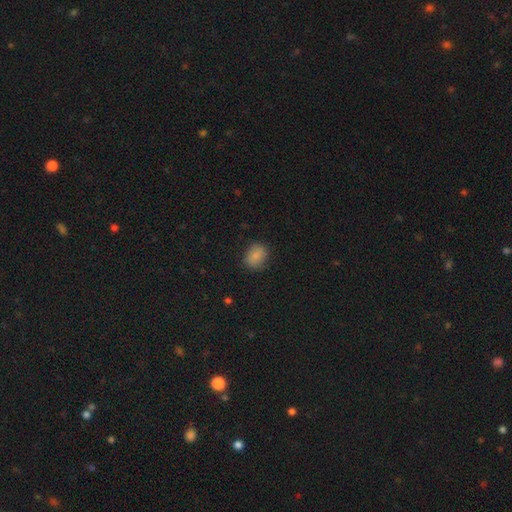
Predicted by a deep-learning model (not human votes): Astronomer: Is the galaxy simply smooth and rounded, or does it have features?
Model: smooth — 84%.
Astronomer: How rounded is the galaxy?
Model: in between — 51% (runner-up: round, 48%).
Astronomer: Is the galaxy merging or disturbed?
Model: none — 81%.